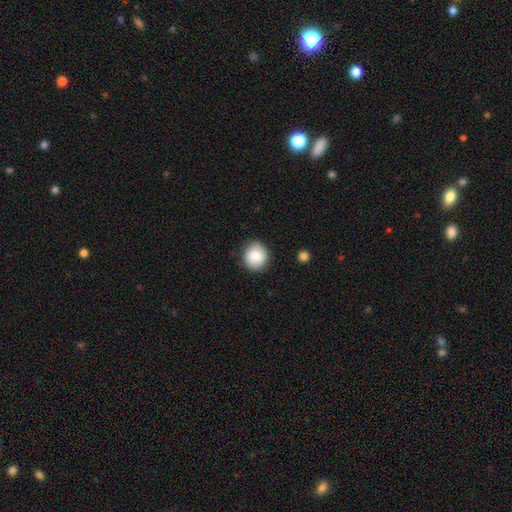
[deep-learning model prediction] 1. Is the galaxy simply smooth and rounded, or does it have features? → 83% smooth, 9% featured or disk, 8% star or artifact.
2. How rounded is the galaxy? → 85% round, 14% in between, 1% cigar-shaped.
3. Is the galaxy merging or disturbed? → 86% none, 10% minor disturbance, 2% major disturbance, 1% merger.